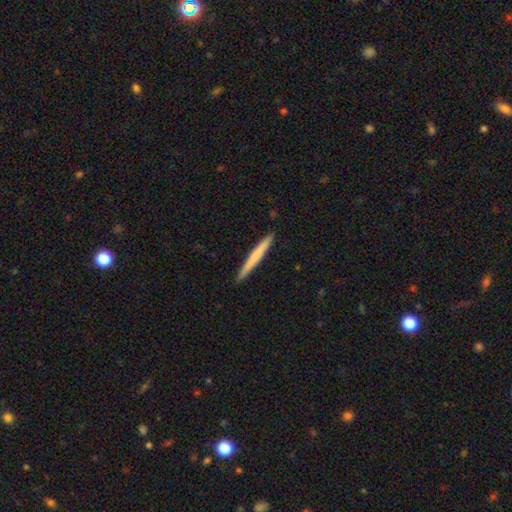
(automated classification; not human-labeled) The model was most divided on "smooth or featured": smooth: 62%, featured or disk: 33%, star or artifact: 5%. More confident: how rounded — cigar-shaped (97%); merging — none (92%).